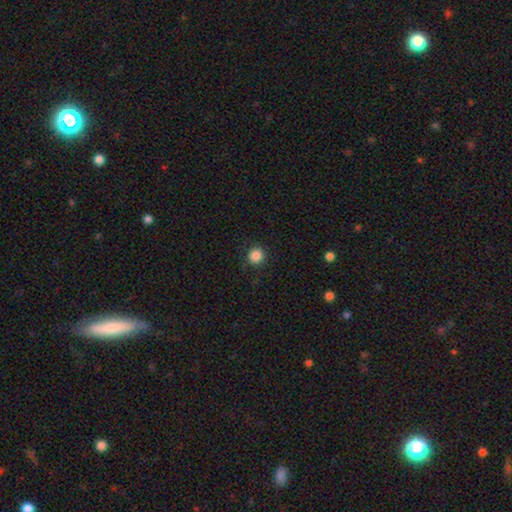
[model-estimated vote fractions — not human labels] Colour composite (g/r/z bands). It shows a smooth galaxy with no disk features (86%) that is round (93%). Merging: none (89%).